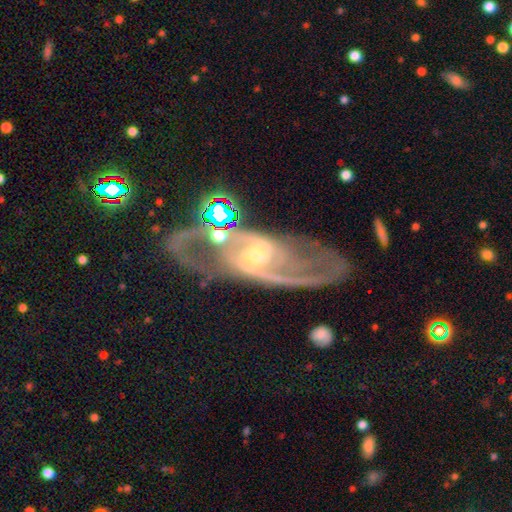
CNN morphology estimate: smooth-or-featured: featured or disk: 89% | star or artifact: 6% | smooth: 5%
  disk-edge-on: no: 92% | yes: 8%
    bar: strong: 42% | weak: 41% | no: 17%
    has-spiral-arms: yes: 96% | no: 4%
      spiral-winding: medium: 53% | loose: 25% | tight: 22%
      spiral-arm-count: 2: 87% | can't tell: 5% | 3: 3% | 1: 2% | 4: 2% | more than 4: 2%
    bulge-size: small: 53% | moderate: 38% | large: 4% | none: 4% | dominant: 1%
  merging: none: 64% | minor disturbance: 16% | major disturbance: 12% | merger: 8%